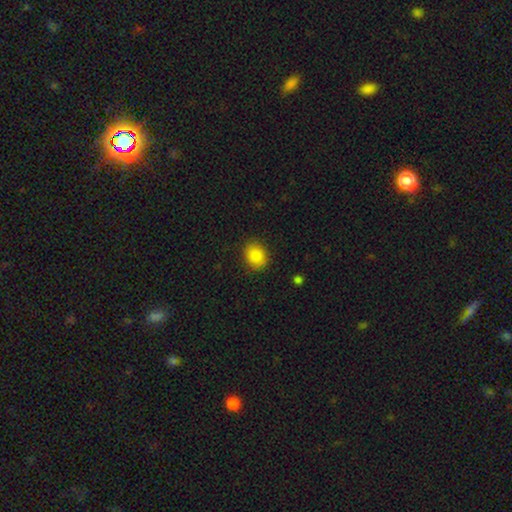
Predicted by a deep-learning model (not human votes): This appears to be a smooth galaxy with no disk features (86%) that is round (57%). Merging: none (87%).